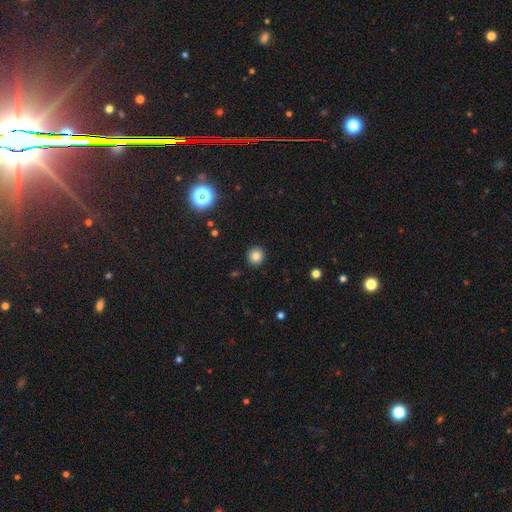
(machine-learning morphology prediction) smooth_or_featured: smooth (p=0.82) [alt: star or artifact p=0.12]
how_rounded: round (p=0.93) [alt: in between p=0.06]
merging: none (p=0.92) [alt: minor disturbance p=0.05]